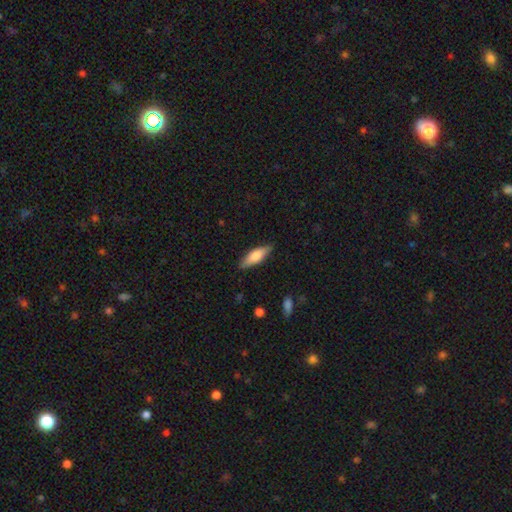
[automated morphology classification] Smooth or featured? Predicted: smooth (p=0.66). How rounded? Predicted: in between (p=0.55). Merging? Predicted: none (p=0.84).